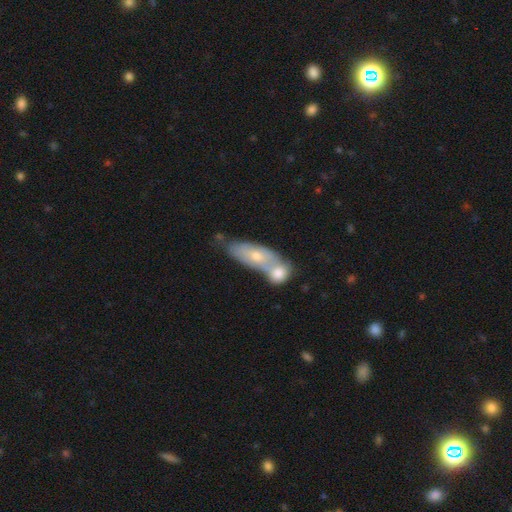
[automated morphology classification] Smooth or featured: smooth — 62% (featured or disk — 32%)
How rounded: in between — 73% (cigar-shaped — 22%)
Merging: merger — 63% (none — 22%)